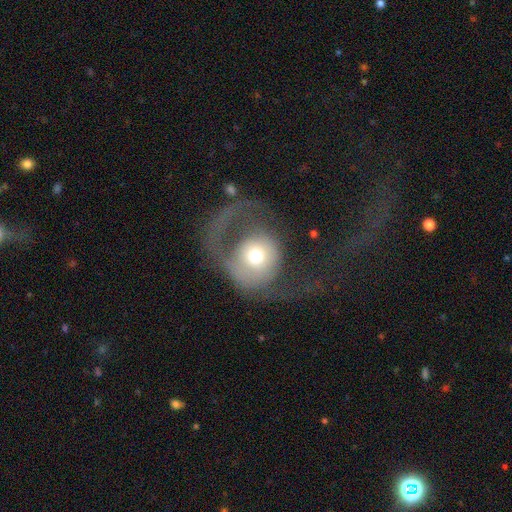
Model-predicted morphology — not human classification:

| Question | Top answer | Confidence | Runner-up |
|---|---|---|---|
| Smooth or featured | smooth | 46% | featured or disk (45%) |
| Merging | major disturbance | 65% | none (21%) |